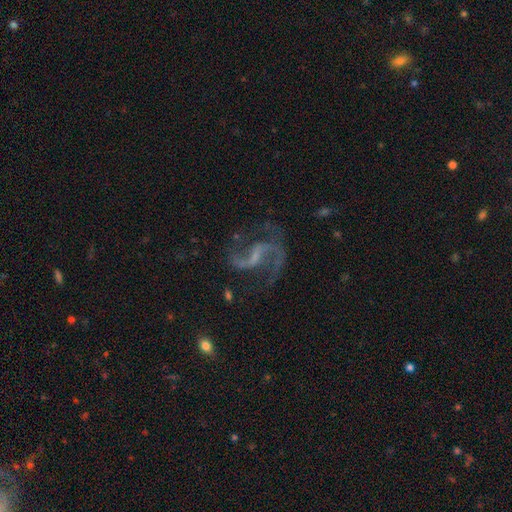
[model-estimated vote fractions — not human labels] Q: Smooth or featured?
A: featured or disk (89%); runner-up: star or artifact (7%)
Q: Edge-on disk?
A: no (98%); runner-up: yes (2%)
Q: Bar?
A: weak (49%); runner-up: strong (30%)
Q: Spiral arms?
A: yes (97%); runner-up: no (3%)
Q: Spiral winding?
A: loose (53%); runner-up: medium (41%)
Q: Spiral arm count?
A: 2 (91%); runner-up: 1 (3%)
Q: Bulge size?
A: small (44%); runner-up: none (41%)
Q: Merging?
A: none (66%); runner-up: major disturbance (15%)